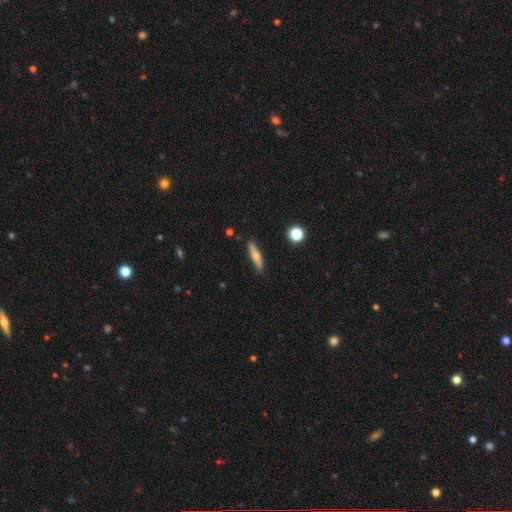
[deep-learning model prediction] smooth-or-featured: smooth: 56% | featured or disk: 37% | star or artifact: 7%
  how-rounded: cigar-shaped: 78% | in between: 19% | round: 3%
  merging: none: 88% | minor disturbance: 9% | major disturbance: 2% | merger: 2%